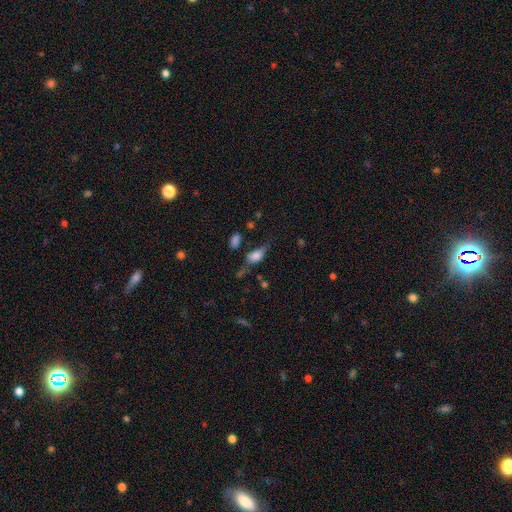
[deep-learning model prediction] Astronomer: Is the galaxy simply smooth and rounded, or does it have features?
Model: smooth — 66%.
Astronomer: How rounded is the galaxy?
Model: in between — 83%.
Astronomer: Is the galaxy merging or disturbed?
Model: none — 45% (runner-up: minor disturbance, 30%).